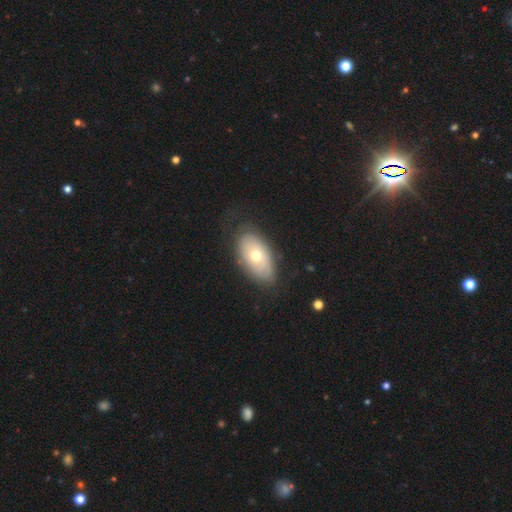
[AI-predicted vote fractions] The model was most divided on "smooth or featured": smooth: 48%, featured or disk: 46%, star or artifact: 6%. More confident: merging — none (75%).